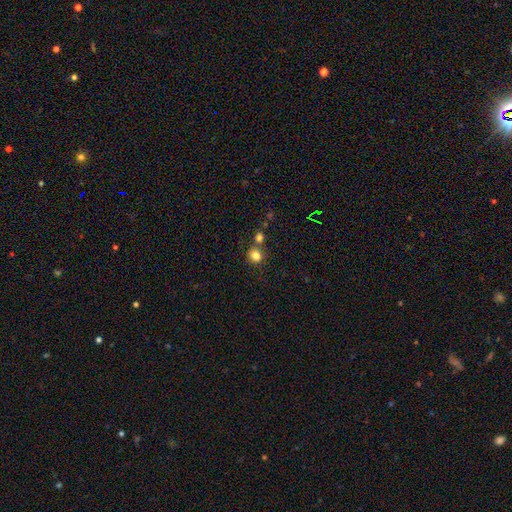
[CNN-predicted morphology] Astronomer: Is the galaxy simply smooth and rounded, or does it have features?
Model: smooth — 81%.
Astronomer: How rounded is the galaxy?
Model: round — 87%.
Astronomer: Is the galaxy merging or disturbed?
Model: none — 69%.